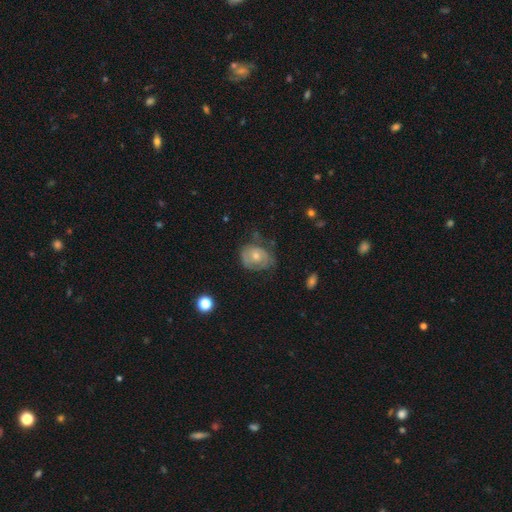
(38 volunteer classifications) A featured or disk galaxy (50%) with no bar (84%), 2 (38%) tight (62%) spiral arms (68%) and a moderate central bulge (79%). Merging: none (68%).